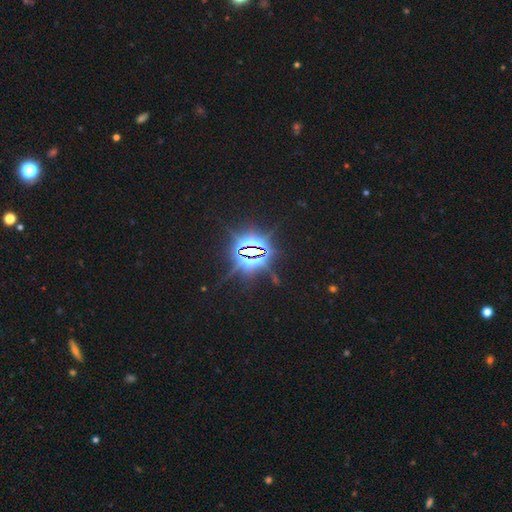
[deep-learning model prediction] A star or artifact, not a galaxy (85%).

Vote fractions:
- Smooth or featured? star or artifact: 85% / featured or disk: 8% / smooth: 7%